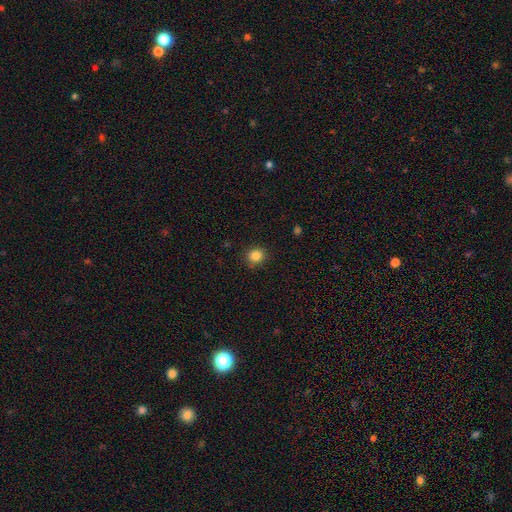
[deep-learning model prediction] A smooth galaxy with no disk features (85%) that is round (81%). Merging: none (87%).